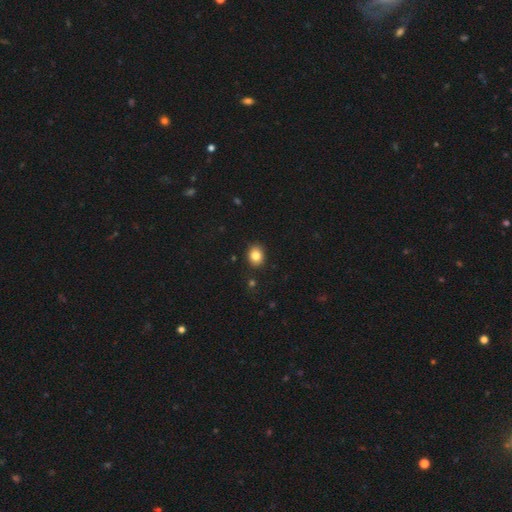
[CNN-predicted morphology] This appears to be a smooth galaxy with no disk features (83%) that is round (58%). Merging: none (89%).